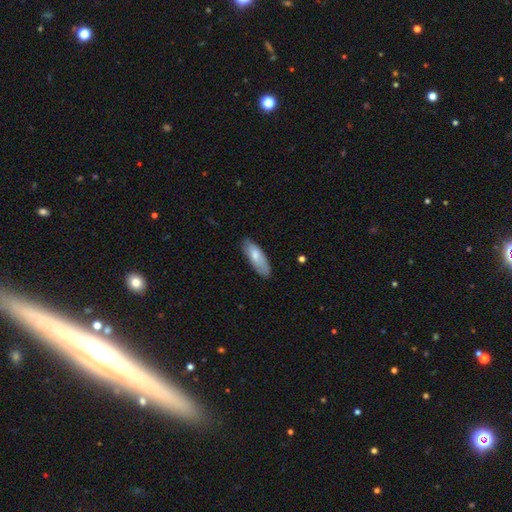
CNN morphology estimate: Smooth or featured? Predicted: smooth (p=0.74). How rounded? Predicted: in between (p=0.67). Merging? Predicted: none (p=0.77).